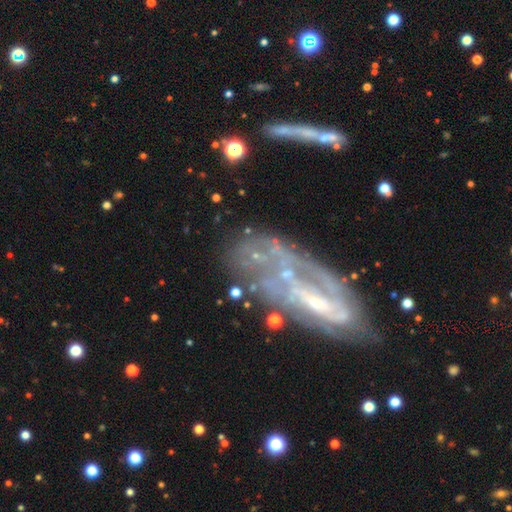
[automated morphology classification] Smooth or featured? featured or disk (52%)
Edge-on disk? no (94%)
Merging? none (47%)